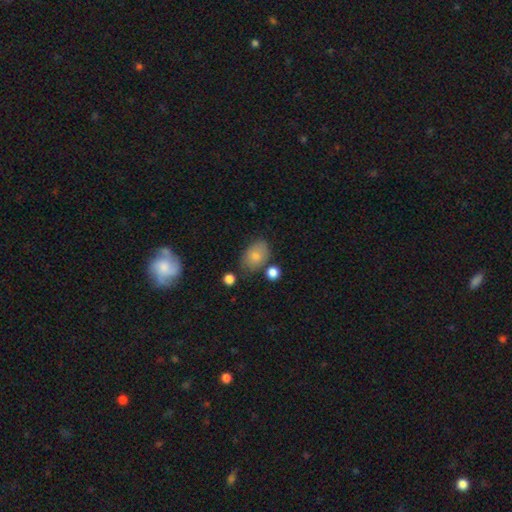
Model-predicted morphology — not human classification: smooth-or-featured: smooth: 81% | featured or disk: 11% | star or artifact: 8%
  how-rounded: in between: 83% | round: 16% | cigar-shaped: 1%
  merging: none: 65% | minor disturbance: 21% | merger: 8% | major disturbance: 6%